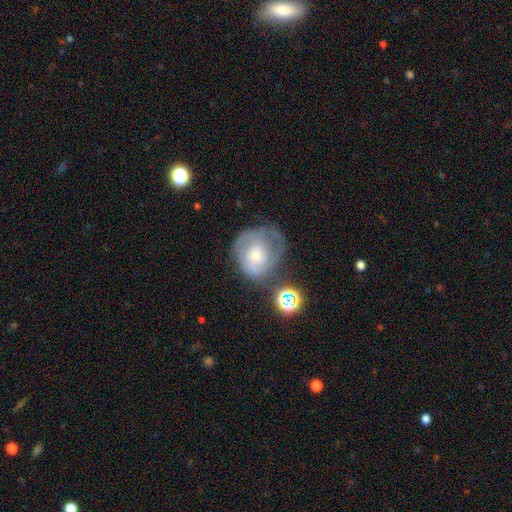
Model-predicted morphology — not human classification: Overall: featured or disk (69%). Edge-on disk: no (98%). Bar: no (70%). Spiral arms: yes (86%). Spiral arm count: can't tell (35%; 2 32%). Spiral winding: tight (50%; medium 37%). Bulge size: small (46%, tied with moderate). Merging: none (48%; minor disturbance 25%).